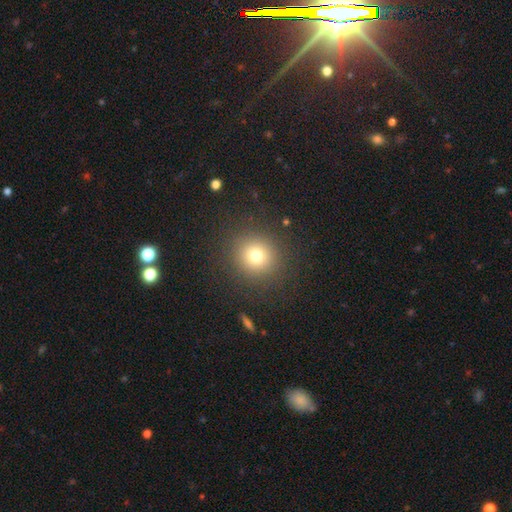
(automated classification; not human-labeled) Overall: smooth (74%). How rounded: round (92%). Merging: none (88%).